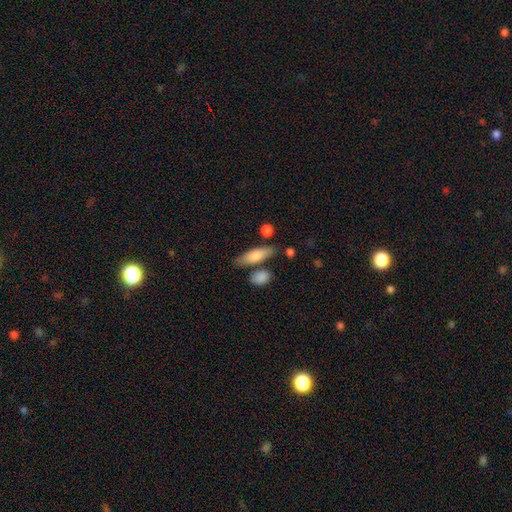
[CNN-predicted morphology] smooth-or-featured: smooth: 78% | featured or disk: 16% | star or artifact: 6%
  how-rounded: in between: 54% | cigar-shaped: 43% | round: 3%
  merging: none: 71% | minor disturbance: 14% | merger: 10% | major disturbance: 4%